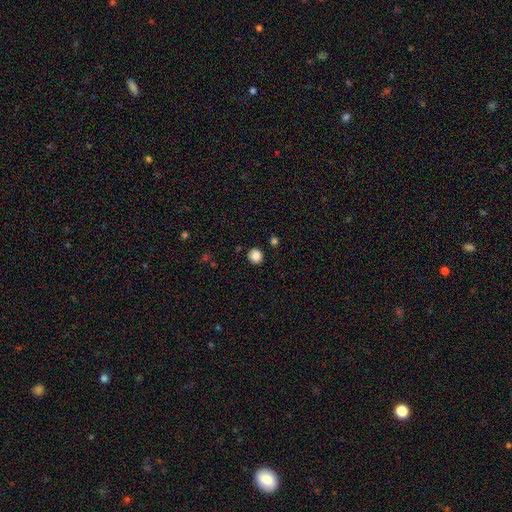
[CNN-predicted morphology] The model was most divided on "smooth or featured": smooth: 87%, star or artifact: 11%, featured or disk: 3%. More confident: how rounded — round (92%); merging — none (90%).